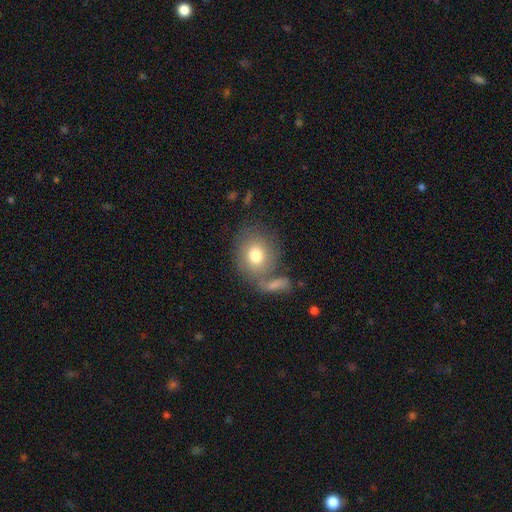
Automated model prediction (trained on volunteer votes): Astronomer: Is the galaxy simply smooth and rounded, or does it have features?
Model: smooth — 76%.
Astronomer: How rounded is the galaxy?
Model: round — 69%.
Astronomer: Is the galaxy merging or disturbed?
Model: none — 57%.